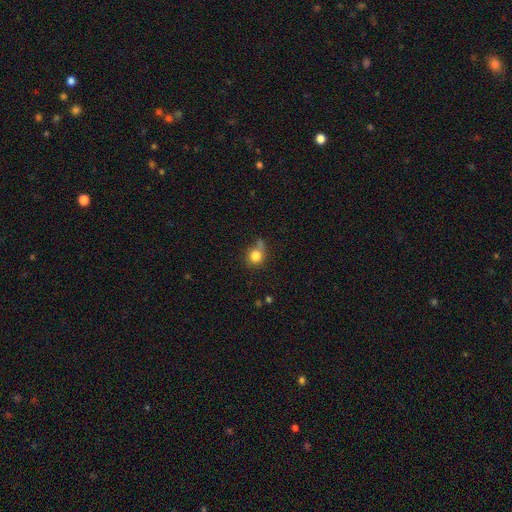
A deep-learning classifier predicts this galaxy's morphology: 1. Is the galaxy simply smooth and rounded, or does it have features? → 81% smooth, 11% star or artifact, 8% featured or disk.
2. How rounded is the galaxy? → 83% round, 16% in between, 1% cigar-shaped.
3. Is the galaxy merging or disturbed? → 53% none, 23% minor disturbance, 14% merger, 10% major disturbance.